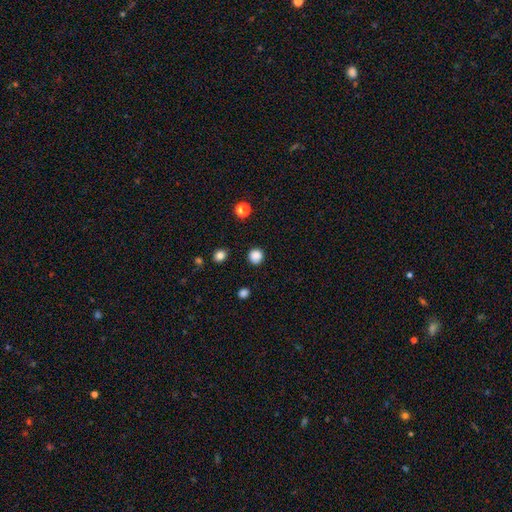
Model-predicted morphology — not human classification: A smooth galaxy with no disk features (86%) that is round (92%).

Vote fractions:
- Smooth or featured? smooth: 86% / star or artifact: 11% / featured or disk: 3%
- How rounded? round: 92% / in between: 7% / cigar-shaped: 1%
- Merging? none: 89% / minor disturbance: 7% / major disturbance: 2% / merger: 2%